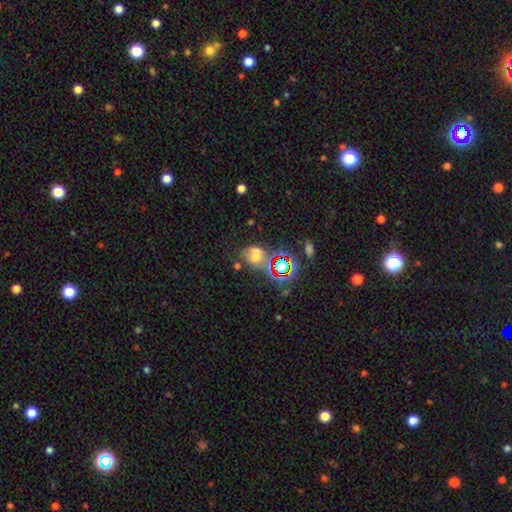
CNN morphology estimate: smooth 46%, star or artifact 34%, featured or disk 20%. Down the decision tree: merging — none (39%).